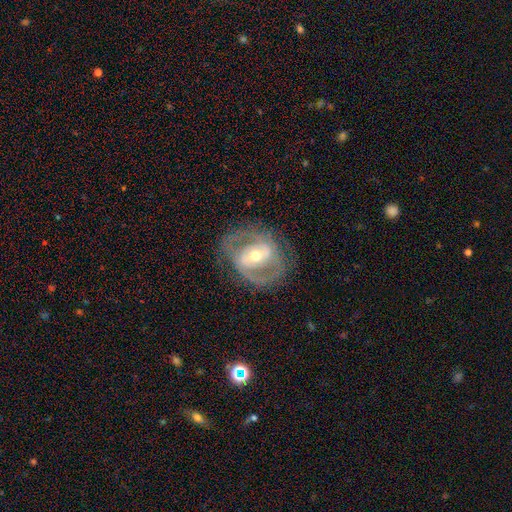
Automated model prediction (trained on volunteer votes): The model was most divided on "bar": strong: 39%, weak: 37%, no: 24%. Remaining: edge-on disk — no (96%); smooth or featured — featured or disk (82%); spiral arms — yes (80%); spiral arm count — 2 (77%); merging — none (72%); bulge size — moderate (62%); spiral winding — medium (47%).